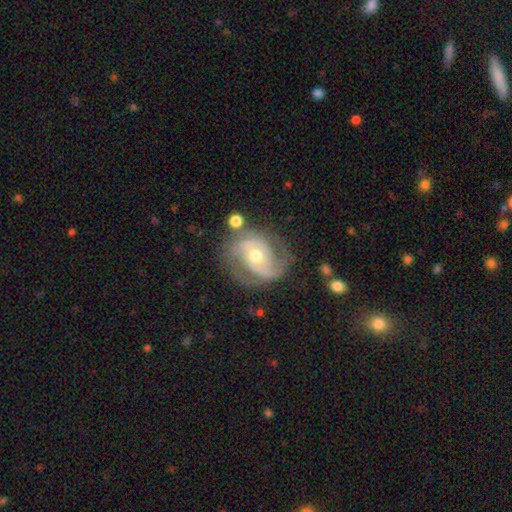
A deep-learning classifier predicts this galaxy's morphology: This appears to be a featured or disk galaxy (85%) with no bar (62%), 2 (69%) medium (44%) spiral arms (93%) and a moderate central bulge (71%). Merging: none (65%).